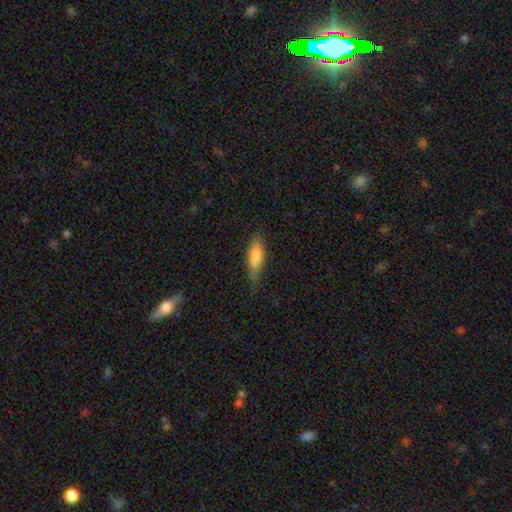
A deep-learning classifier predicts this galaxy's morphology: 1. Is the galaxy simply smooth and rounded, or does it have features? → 72% smooth, 21% featured or disk, 7% star or artifact.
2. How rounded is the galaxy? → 58% in between, 40% cigar-shaped, 2% round.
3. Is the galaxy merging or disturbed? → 64% none, 28% minor disturbance, 7% major disturbance, 2% merger.